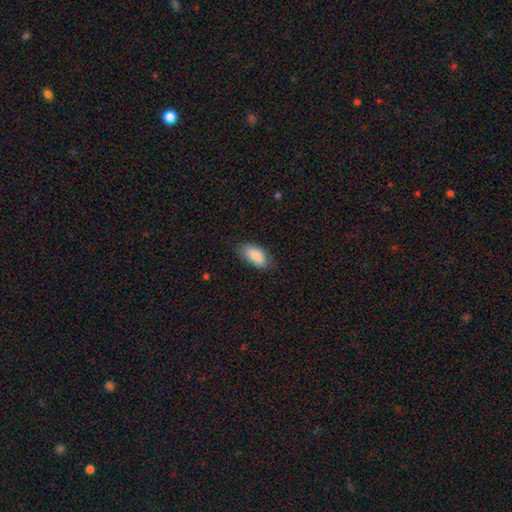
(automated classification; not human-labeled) Morphology: type=smooth (88%); roundness=in between (90%); merging=none (77%).